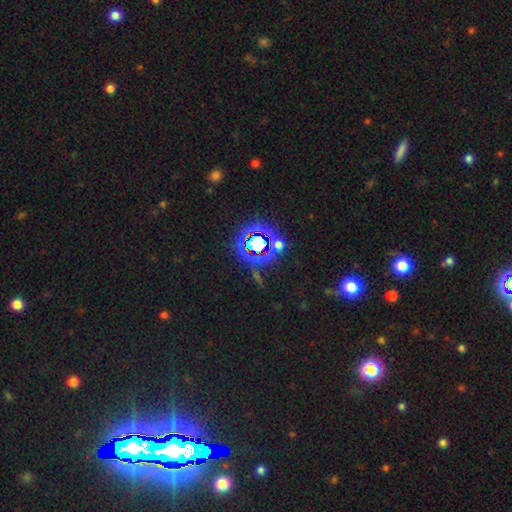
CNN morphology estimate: Smooth or featured?
  - star or artifact: 81% *
  - smooth: 11%
  - featured or disk: 8%